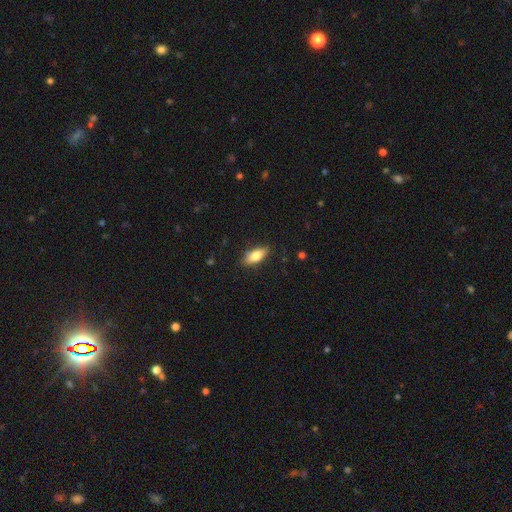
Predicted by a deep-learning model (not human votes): This is likely a smooth galaxy (80%). How rounded: clearly in between (82%). Merging: clearly none (85%).